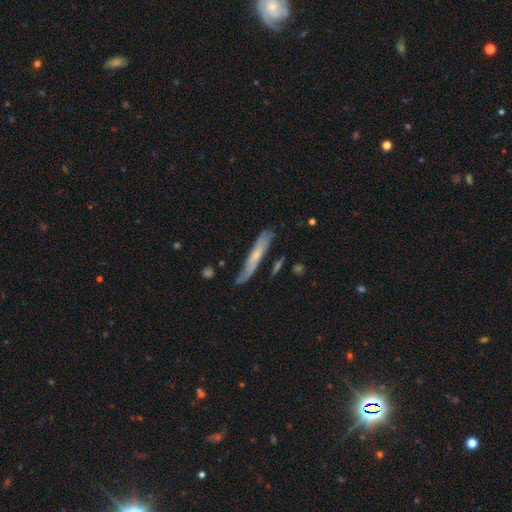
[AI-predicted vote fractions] Morphology: type=smooth (47%, tied with featured or disk); merging=none (67%).